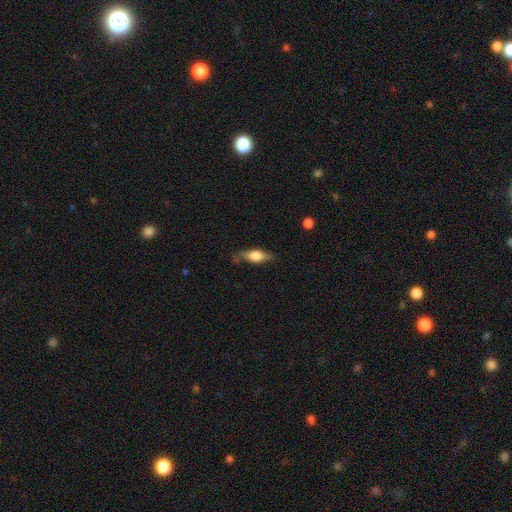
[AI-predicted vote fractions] This is possibly a smooth galaxy (58%). How rounded: likely in between (62%). Merging: likely none (70%).